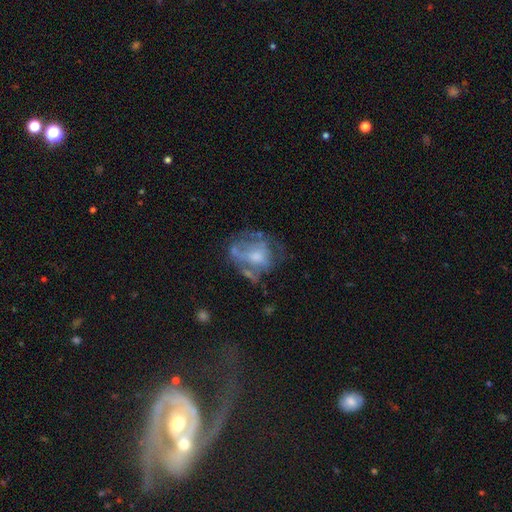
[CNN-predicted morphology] Q: Smooth or featured?
A: featured or disk (55%); runner-up: smooth (34%)
Q: Edge-on disk?
A: no (97%); runner-up: yes (3%)
Q: Bar?
A: no (79%); runner-up: weak (18%)
Q: Spiral arms?
A: no (77%); runner-up: yes (23%)
Q: Bulge size?
A: moderate (44%); runner-up: small (28%)
Q: Merging?
A: none (41%); runner-up: major disturbance (29%)